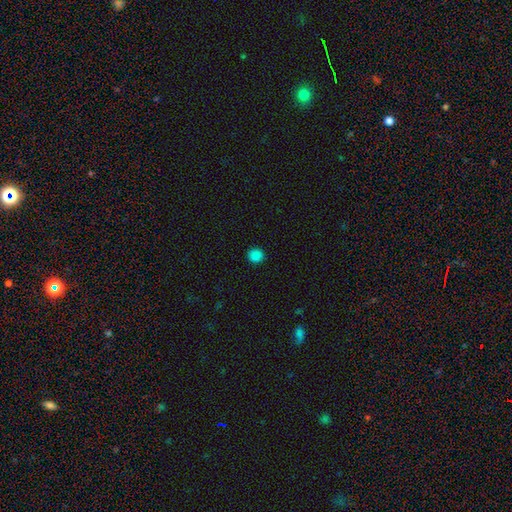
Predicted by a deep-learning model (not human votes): The model was most divided on "smooth or featured": smooth: 85%, star or artifact: 12%, featured or disk: 3%. More confident: merging — none (92%); how rounded — round (89%).